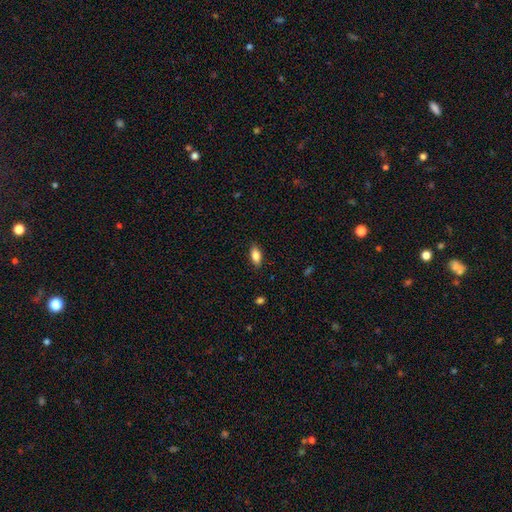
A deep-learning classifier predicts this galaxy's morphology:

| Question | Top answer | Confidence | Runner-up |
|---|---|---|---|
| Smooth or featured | smooth | 85% | featured or disk (8%) |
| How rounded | in between | 87% | cigar-shaped (9%) |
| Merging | none | 85% | minor disturbance (11%) |